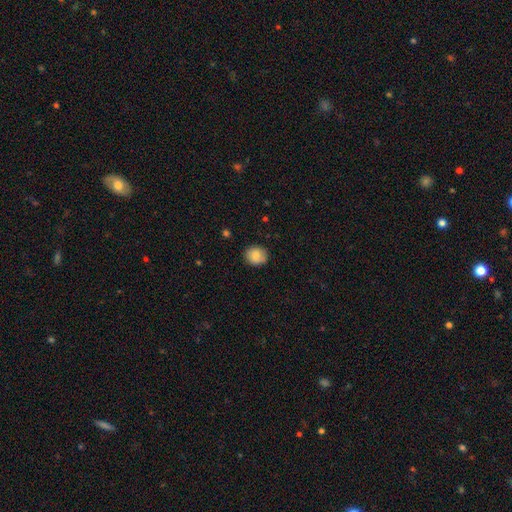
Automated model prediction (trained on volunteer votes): Smooth or featured?
  - smooth: 81% *
  - featured or disk: 11%
  - star or artifact: 8%
How rounded?
  - round: 77% *
  - in between: 22%
  - cigar-shaped: 1%
Merging?
  - none: 85% *
  - minor disturbance: 11%
  - major disturbance: 2%
  - merger: 1%